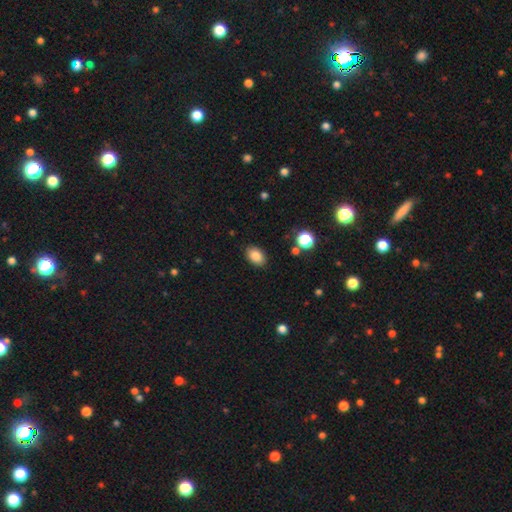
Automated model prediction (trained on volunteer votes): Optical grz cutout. It shows a smooth galaxy with no disk features (85%) that is in between round and cigar-shaped (84%). Merging: none (87%).